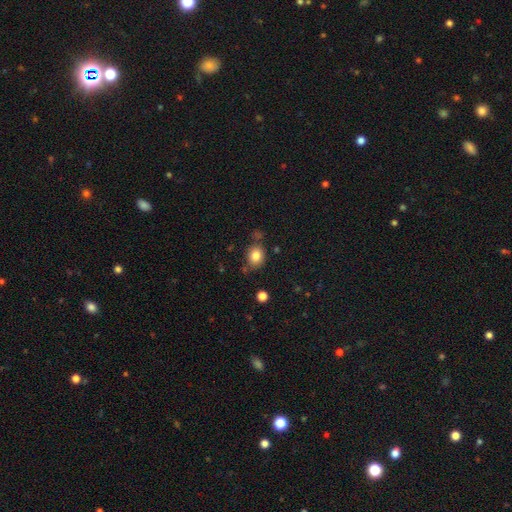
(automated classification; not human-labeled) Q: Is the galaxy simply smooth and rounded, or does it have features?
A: smooth — 82%.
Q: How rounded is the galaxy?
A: round — 57%.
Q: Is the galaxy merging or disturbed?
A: none — 77%.